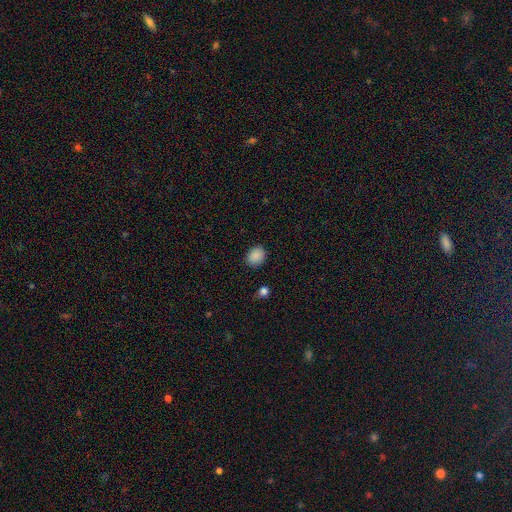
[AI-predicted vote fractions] This appears to be a smooth galaxy with no disk features (88%) that is round (51%). Merging: none (86%).